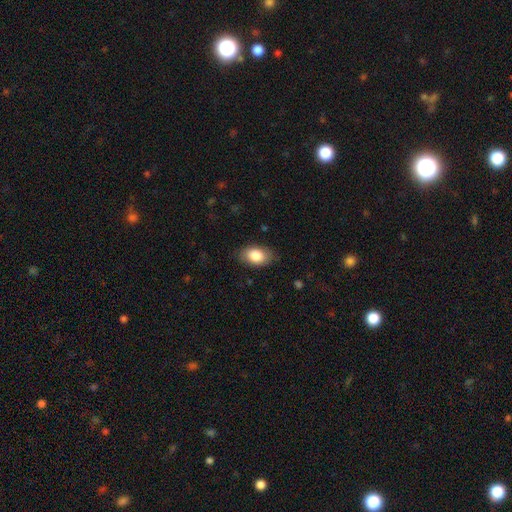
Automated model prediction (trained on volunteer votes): Smooth or featured? Predicted: smooth (p=0.85). How rounded? Predicted: in between (p=0.90). Merging? Predicted: none (p=0.82).